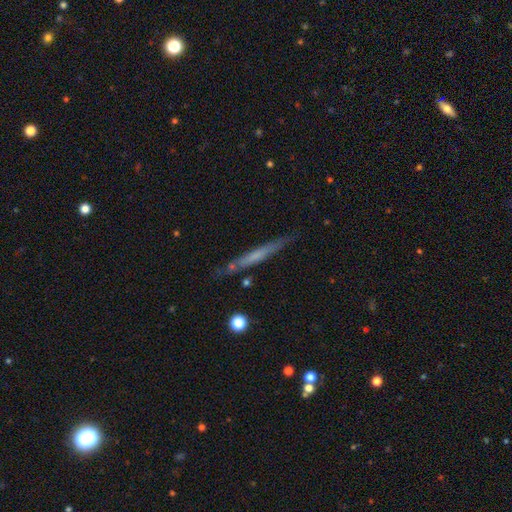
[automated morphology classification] Smooth or featured: featured or disk — 50% (smooth — 43%)
Merging: none — 81% (minor disturbance — 13%)